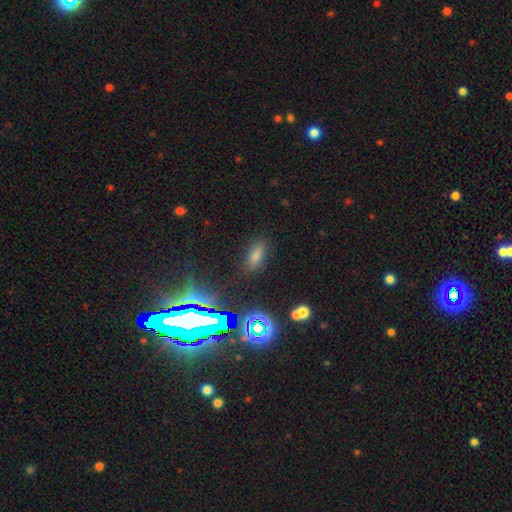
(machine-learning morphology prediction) Smooth or featured: smooth — 63% (star or artifact — 28%)
How rounded: in between — 77% (cigar-shaped — 17%)
Merging: none — 85% (minor disturbance — 9%)